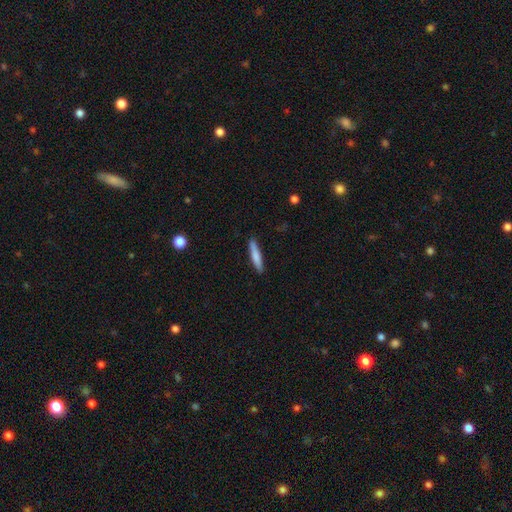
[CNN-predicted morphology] smooth-or-featured: smooth: 76% | featured or disk: 18% | star or artifact: 6%
  how-rounded: cigar-shaped: 90% | in between: 9% | round: 1%
  merging: none: 89% | minor disturbance: 8% | major disturbance: 2% | merger: 1%